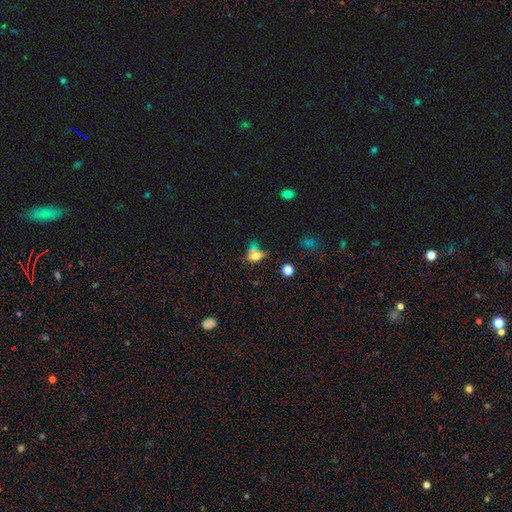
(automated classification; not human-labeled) Q: Smooth or featured?
A: smooth (62%); runner-up: star or artifact (21%)
Q: How rounded?
A: in between (65%); runner-up: round (29%)
Q: Merging?
A: none (43%); runner-up: merger (23%)